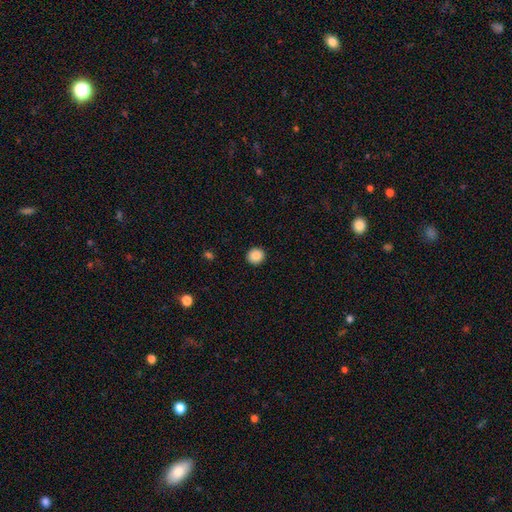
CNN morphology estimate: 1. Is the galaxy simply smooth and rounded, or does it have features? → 88% smooth, 9% star or artifact, 3% featured or disk.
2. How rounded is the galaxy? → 91% round, 8% in between, 1% cigar-shaped.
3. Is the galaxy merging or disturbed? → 93% none, 5% minor disturbance, 2% major disturbance, 1% merger.